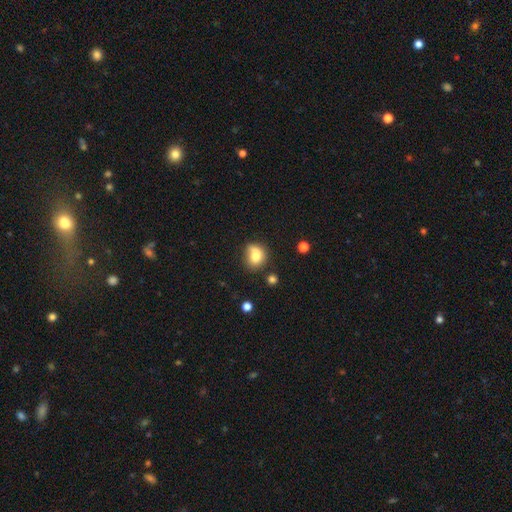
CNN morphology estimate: Smooth or featured?
  - smooth: 74% *
  - featured or disk: 15%
  - star or artifact: 10%
How rounded?
  - round: 66% *
  - in between: 33%
  - cigar-shaped: 1%
Merging?
  - none: 46% *
  - minor disturbance: 25%
  - merger: 16%
  - major disturbance: 12%